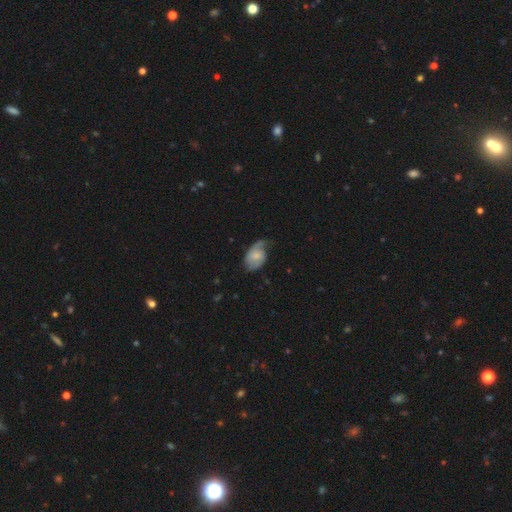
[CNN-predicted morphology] A featured or disk galaxy (51%). Merging: none (40%).